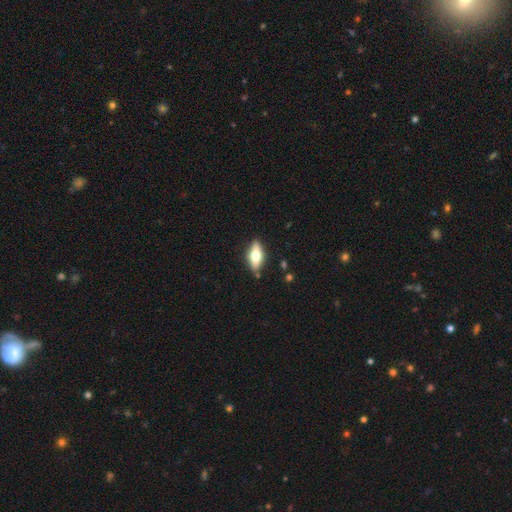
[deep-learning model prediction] smooth-or-featured: smooth: 53% | featured or disk: 41% | star or artifact: 7%
  how-rounded: in between: 74% | cigar-shaped: 23% | round: 3%
  merging: none: 84% | minor disturbance: 11% | major disturbance: 2% | merger: 2%